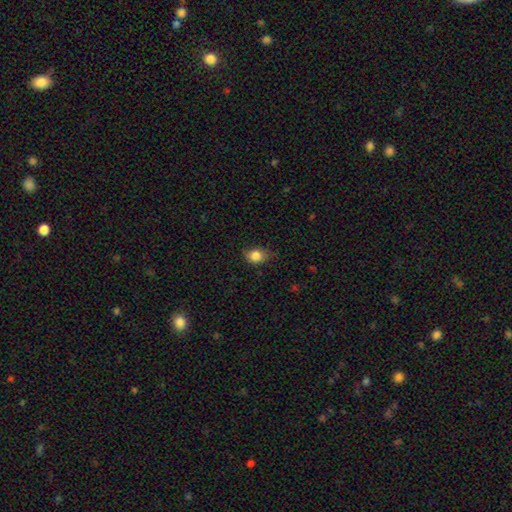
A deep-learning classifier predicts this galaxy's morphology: smooth 84%, star or artifact 9%, featured or disk 6%. Down the decision tree: how rounded — in between (57%); merging — none (67%).